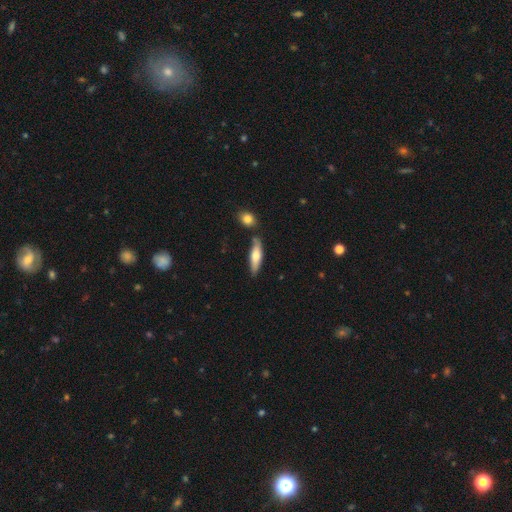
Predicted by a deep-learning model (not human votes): Smooth or featured? smooth (60%)
How rounded? cigar-shaped (63%)
Merging? none (75%)